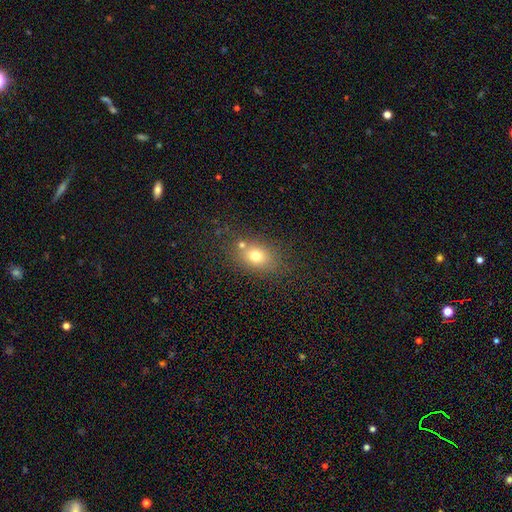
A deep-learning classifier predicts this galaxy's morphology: type=smooth (71%); roundness=in between (62%); merging=none (67%).